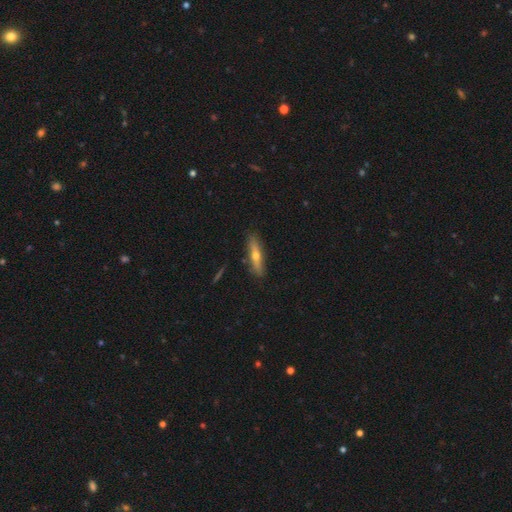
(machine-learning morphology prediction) type=featured or disk (47%); merging=none (85%).